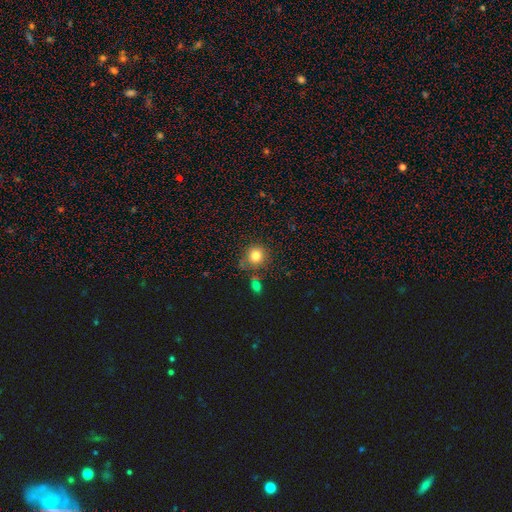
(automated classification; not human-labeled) smooth 81%, star or artifact 12%, featured or disk 7%. Down the decision tree: how rounded — round (87%); merging — none (74%).